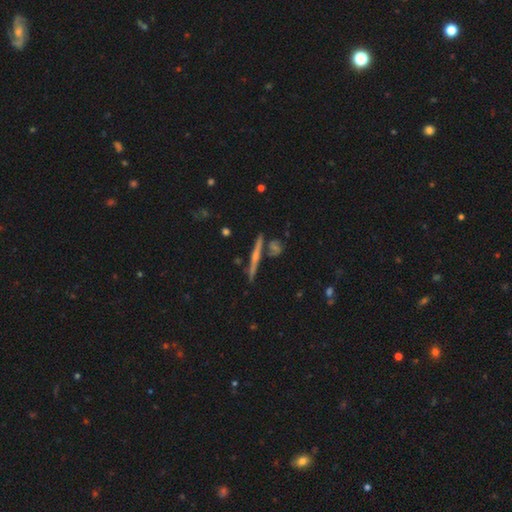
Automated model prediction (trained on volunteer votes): This is likely a featured or disk galaxy (68%). It is clearly viewed edge-on (97%). Edge-on bulge: likely rounded (68%). Merging: clearly none (82%).